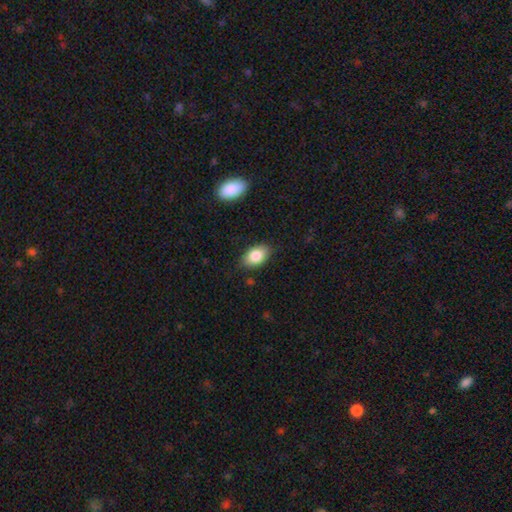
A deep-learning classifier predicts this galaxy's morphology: A smooth galaxy with no disk features (84%) that is in between round and cigar-shaped (91%).

Vote fractions:
- Smooth or featured? smooth: 84% / featured or disk: 9% / star or artifact: 7%
- How rounded? in between: 91% / round: 7% / cigar-shaped: 2%
- Merging? none: 83% / minor disturbance: 13% / major disturbance: 3% / merger: 2%